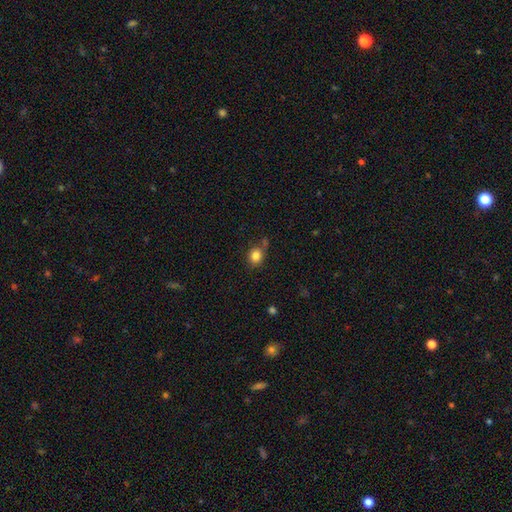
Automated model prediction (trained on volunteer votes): smooth 84%, star or artifact 11%, featured or disk 6%. Down the decision tree: how rounded — round (72%); merging — none (69%).